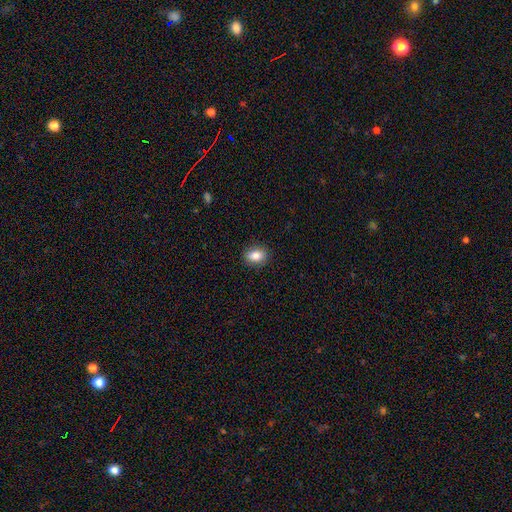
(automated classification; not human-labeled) smooth-or-featured: smooth: 85% | star or artifact: 9% | featured or disk: 7%
  how-rounded: in between: 69% | round: 29% | cigar-shaped: 2%
  merging: none: 89% | minor disturbance: 8% | major disturbance: 2% | merger: 1%